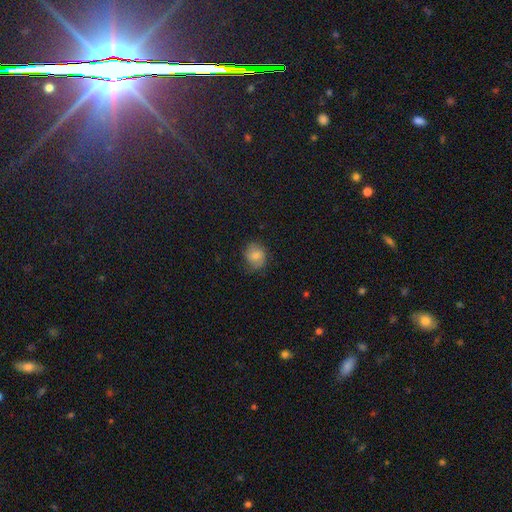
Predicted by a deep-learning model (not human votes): Morphology: type=smooth (73%); roundness=round (73%); merging=none (65%).